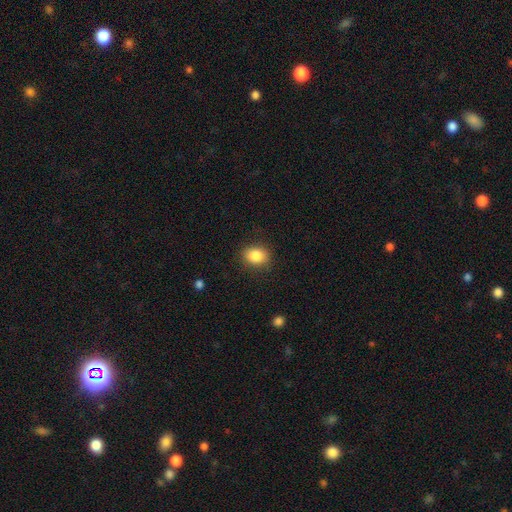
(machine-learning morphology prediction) smooth-or-featured: smooth: 86% | star or artifact: 9% | featured or disk: 5%
  how-rounded: in between: 51% | round: 48% | cigar-shaped: 1%
  merging: none: 86% | minor disturbance: 10% | major disturbance: 3% | merger: 1%